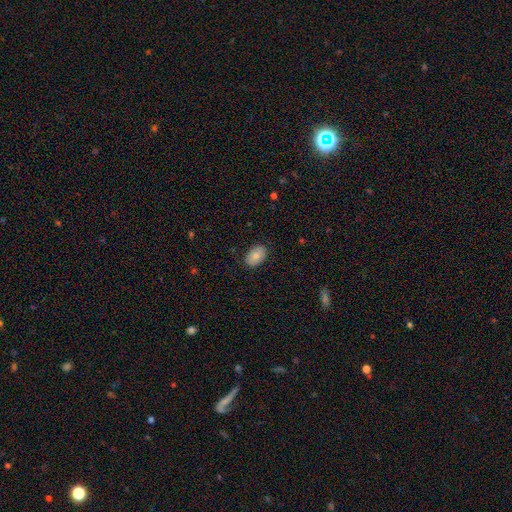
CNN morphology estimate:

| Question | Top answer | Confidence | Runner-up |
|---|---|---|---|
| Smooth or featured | smooth | 74% | featured or disk (19%) |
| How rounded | in between | 84% | round (15%) |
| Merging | none | 85% | minor disturbance (11%) |